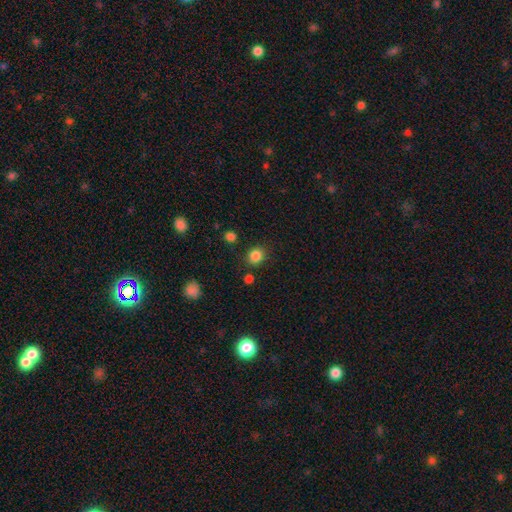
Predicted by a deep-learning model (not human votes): This is clearly a smooth galaxy (84%). How rounded: clearly round (80%). Merging: clearly none (84%).